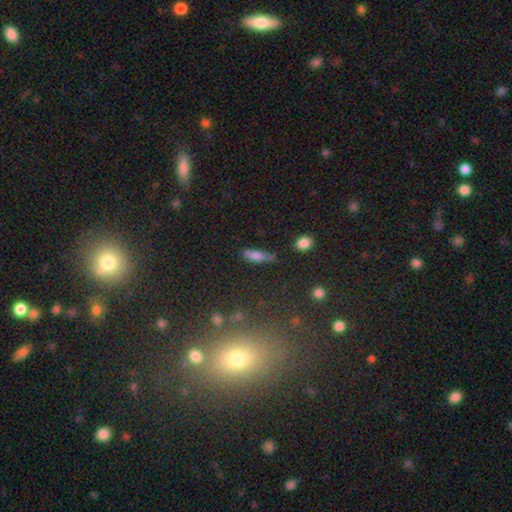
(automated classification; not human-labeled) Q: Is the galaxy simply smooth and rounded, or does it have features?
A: smooth — 67%.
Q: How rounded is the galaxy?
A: cigar-shaped — 63%.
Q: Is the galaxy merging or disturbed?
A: none — 66%.